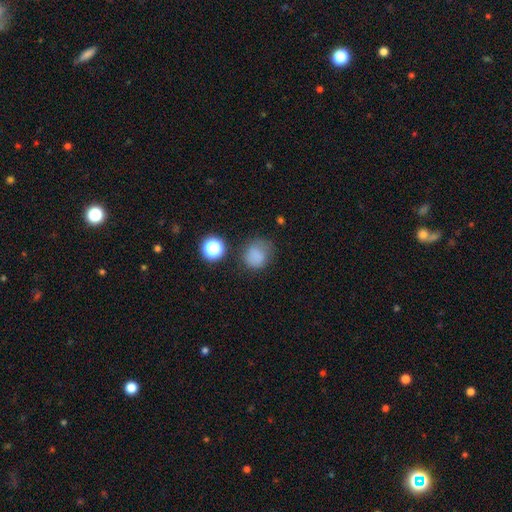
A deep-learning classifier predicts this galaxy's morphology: A smooth galaxy with no disk features (78%) that is round (77%). Merging: none (61%).